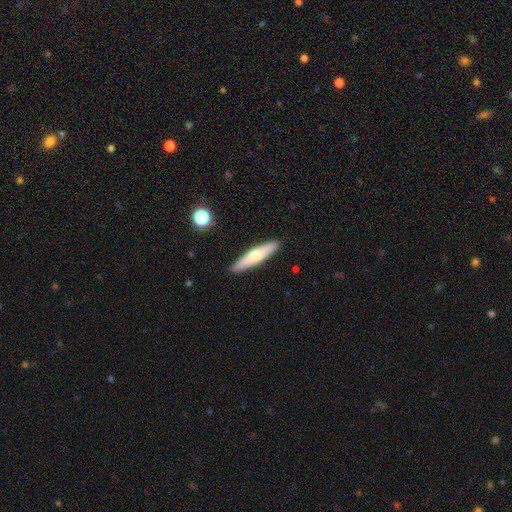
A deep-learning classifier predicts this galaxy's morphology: Smooth or featured?
  - smooth: 50% *
  - featured or disk: 44%
  - star or artifact: 5%
How rounded?
  - cigar-shaped: 81% *
  - in between: 18%
  - round: 2%
Merging?
  - none: 90% *
  - minor disturbance: 7%
  - major disturbance: 2%
  - merger: 1%